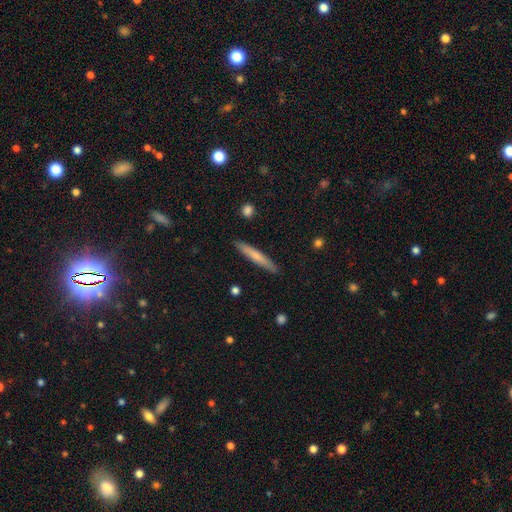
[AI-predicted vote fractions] Q: Smooth or featured?
A: smooth (65%); runner-up: featured or disk (29%)
Q: How rounded?
A: cigar-shaped (95%); runner-up: in between (4%)
Q: Merging?
A: none (90%); runner-up: minor disturbance (7%)